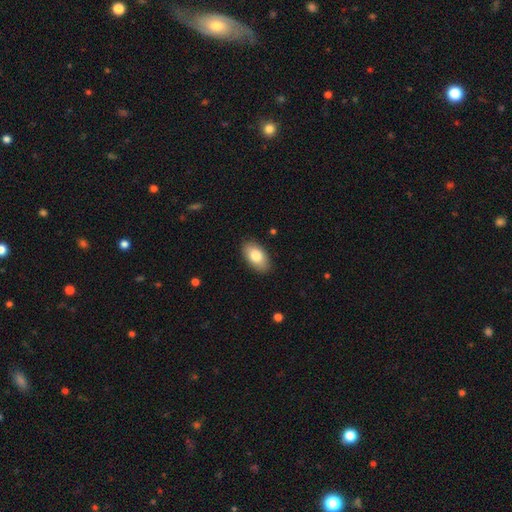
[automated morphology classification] Q: Smooth or featured?
A: smooth (81%); runner-up: featured or disk (12%)
Q: How rounded?
A: in between (94%); runner-up: round (4%)
Q: Merging?
A: none (88%); runner-up: minor disturbance (9%)